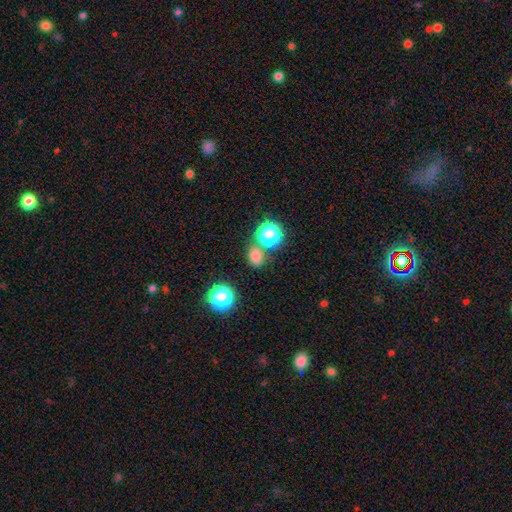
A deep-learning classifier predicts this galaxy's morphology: A smooth galaxy with no disk features (74%) that is round (52%).

Vote fractions:
- Smooth or featured? smooth: 74% / star or artifact: 20% / featured or disk: 6%
- How rounded? round: 52% / in between: 47% / cigar-shaped: 1%
- Merging? none: 67% / merger: 18% / minor disturbance: 11% / major disturbance: 4%